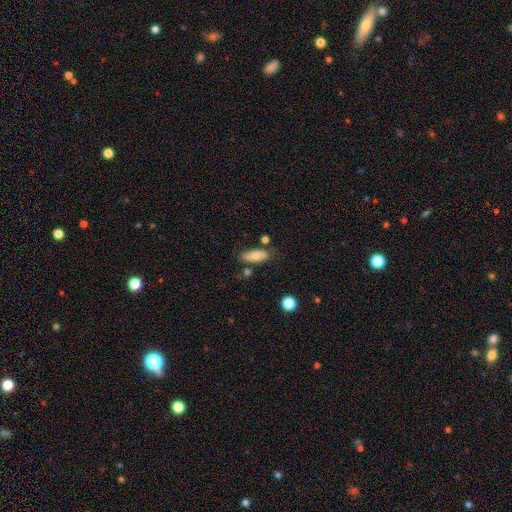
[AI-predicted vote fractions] smooth-or-featured: smooth: 73% | featured or disk: 20% | star or artifact: 7%
  how-rounded: in between: 77% | cigar-shaped: 20% | round: 3%
  merging: none: 72% | minor disturbance: 17% | merger: 6% | major disturbance: 4%